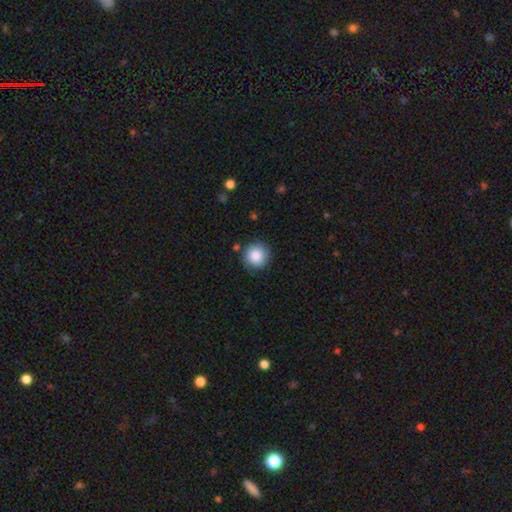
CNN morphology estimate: Smooth or featured?
  - smooth: 86% *
  - star or artifact: 8%
  - featured or disk: 6%
How rounded?
  - round: 94% *
  - in between: 5%
  - cigar-shaped: 1%
Merging?
  - none: 86% *
  - minor disturbance: 9%
  - major disturbance: 2%
  - merger: 2%